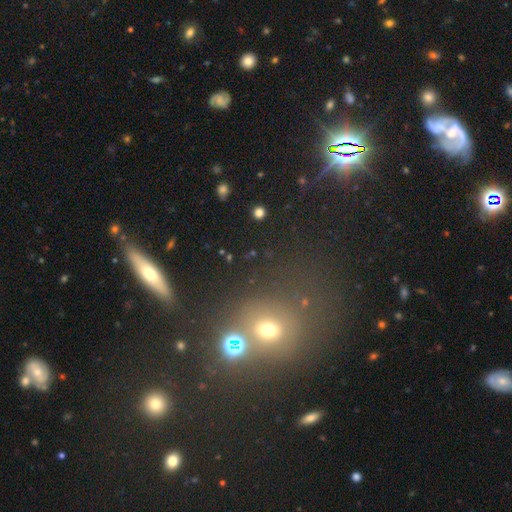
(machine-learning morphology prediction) A smooth galaxy with no disk features (42%). Merging: none (66%).